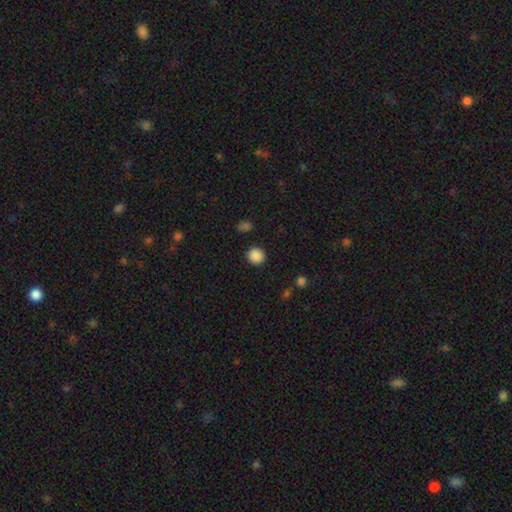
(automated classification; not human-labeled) This is clearly a smooth galaxy (88%). How rounded: clearly round (88%). Merging: clearly none (90%).